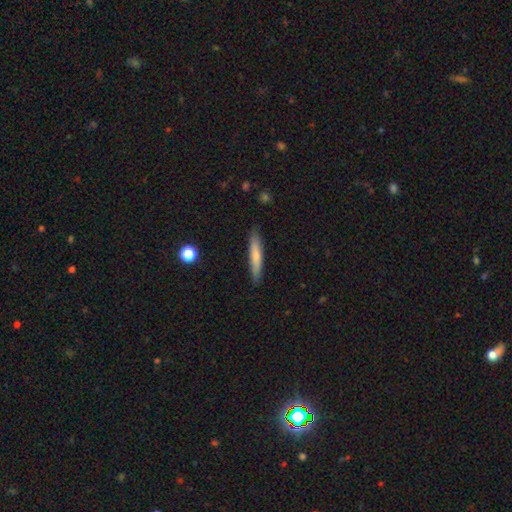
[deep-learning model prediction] smooth_or_featured: smooth (p=0.69) [alt: featured or disk p=0.25]
how_rounded: cigar-shaped (p=0.91) [alt: in between p=0.08]
merging: none (p=0.87) [alt: minor disturbance p=0.10]